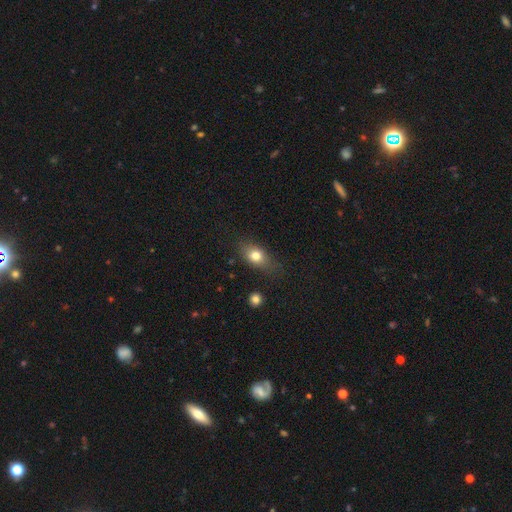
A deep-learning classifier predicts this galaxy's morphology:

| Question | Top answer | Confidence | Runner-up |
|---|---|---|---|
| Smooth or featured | smooth | 75% | featured or disk (15%) |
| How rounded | in between | 70% | round (23%) |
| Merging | none | 67% | minor disturbance (23%) |